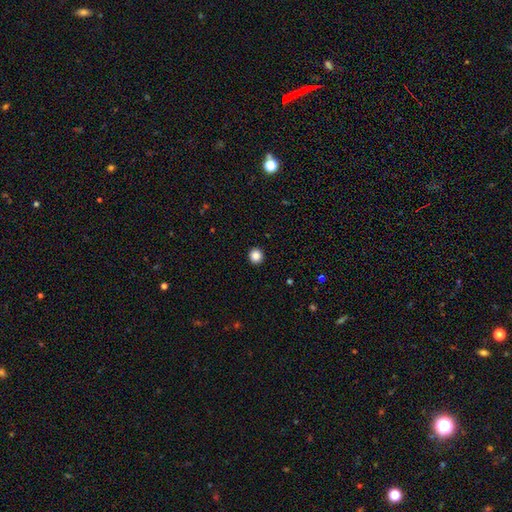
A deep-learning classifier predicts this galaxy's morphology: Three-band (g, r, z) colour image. It shows a smooth galaxy with no disk features (87%) that is round (91%). Merging: none (93%).